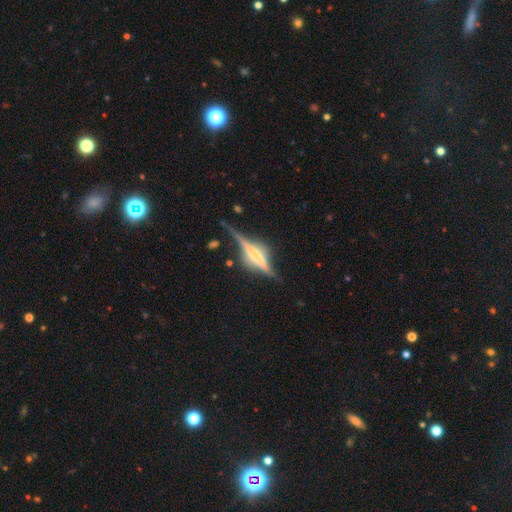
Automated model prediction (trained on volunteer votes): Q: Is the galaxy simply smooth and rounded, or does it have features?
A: featured or disk — 79%.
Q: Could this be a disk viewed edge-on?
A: yes — 95%.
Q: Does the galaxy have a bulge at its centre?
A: rounded — 61%.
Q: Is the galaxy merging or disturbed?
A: none — 65%.